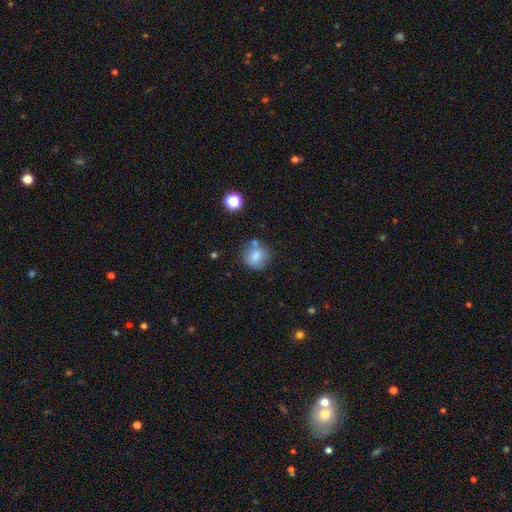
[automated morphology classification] The model was most divided on "merging": none: 68%, minor disturbance: 16%, merger: 11%, major disturbance: 5%. More confident: how rounded — round (85%); smooth or featured — smooth (79%).